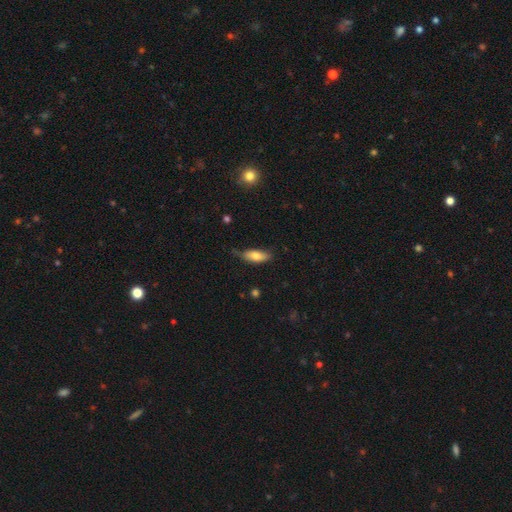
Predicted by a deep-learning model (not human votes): Morphology: type=smooth (76%); roundness=in between (72%); merging=none (63%).